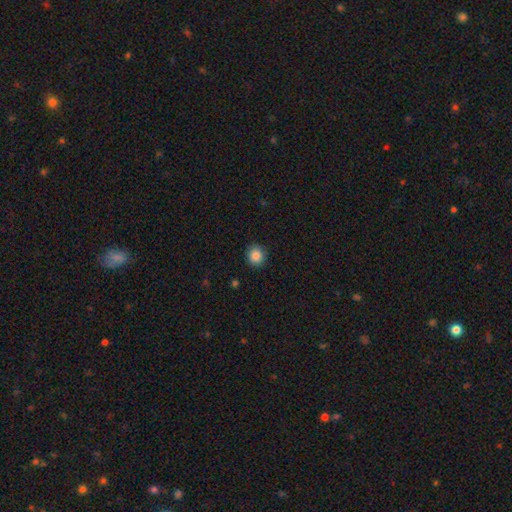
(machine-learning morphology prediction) Q: Smooth or featured?
A: smooth (86%); runner-up: star or artifact (10%)
Q: How rounded?
A: round (89%); runner-up: in between (10%)
Q: Merging?
A: none (91%); runner-up: minor disturbance (6%)